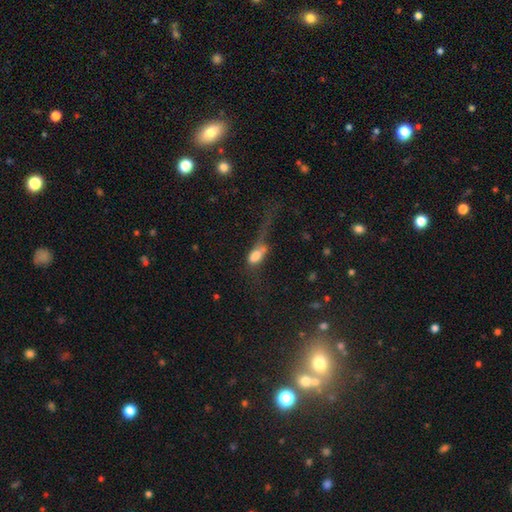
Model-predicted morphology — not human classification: Smooth or featured? smooth (67%)
How rounded? in between (79%)
Merging? major disturbance (51%)